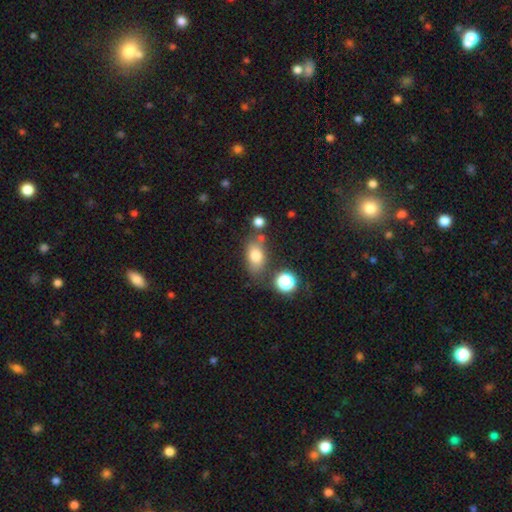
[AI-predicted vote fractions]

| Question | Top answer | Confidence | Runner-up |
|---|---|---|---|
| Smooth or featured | smooth | 77% | featured or disk (12%) |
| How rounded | in between | 82% | round (15%) |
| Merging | none | 68% | minor disturbance (16%) |